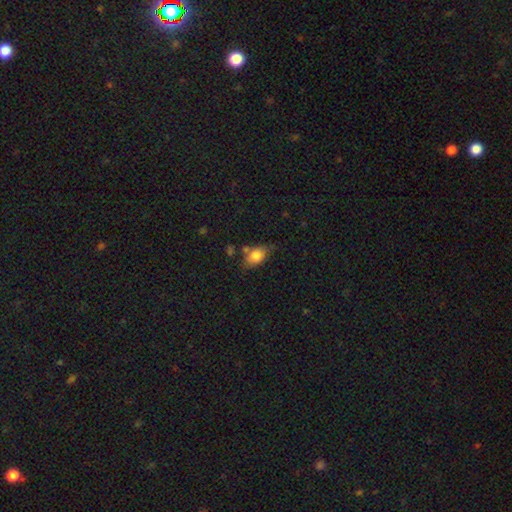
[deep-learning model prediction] Smooth or featured? smooth (79%)
How rounded? in between (83%)
Merging? none (57%)